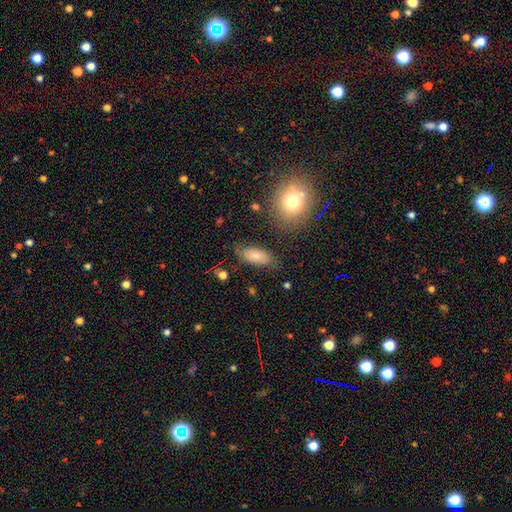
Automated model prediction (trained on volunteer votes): smooth_or_featured: smooth (p=0.75) [alt: featured or disk p=0.17]
how_rounded: in between (p=0.86) [alt: cigar-shaped p=0.11]
merging: none (p=0.72) [alt: minor disturbance p=0.19]